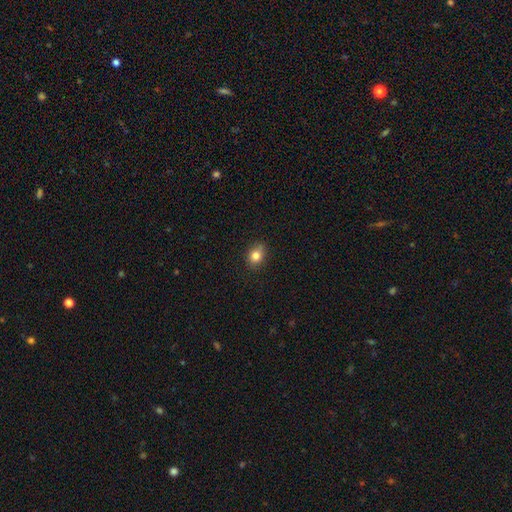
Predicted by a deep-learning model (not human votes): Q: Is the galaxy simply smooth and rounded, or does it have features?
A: smooth — 81%.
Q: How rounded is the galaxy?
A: round — 56%.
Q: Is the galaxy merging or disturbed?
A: none — 77%.